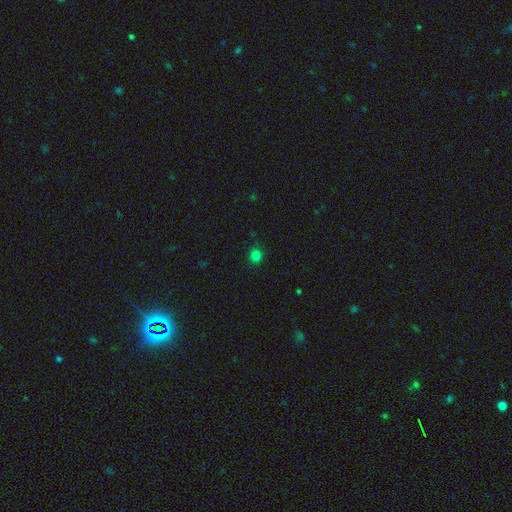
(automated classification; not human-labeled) smooth 80%, star or artifact 16%, featured or disk 4%. Down the decision tree: how rounded — round (90%); merging — none (88%).